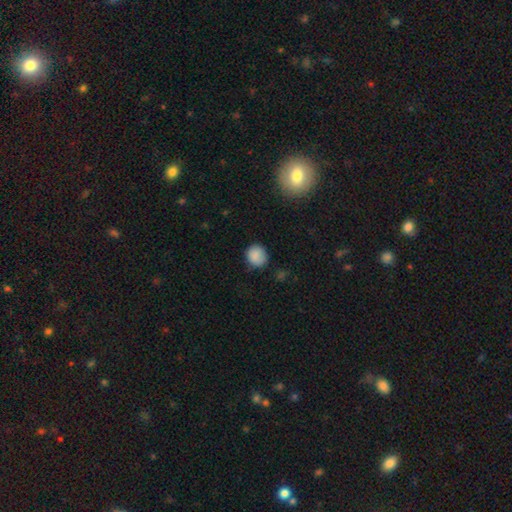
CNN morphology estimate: Q: Smooth or featured?
A: smooth (87%); runner-up: star or artifact (9%)
Q: How rounded?
A: round (80%); runner-up: in between (19%)
Q: Merging?
A: none (77%); runner-up: minor disturbance (18%)